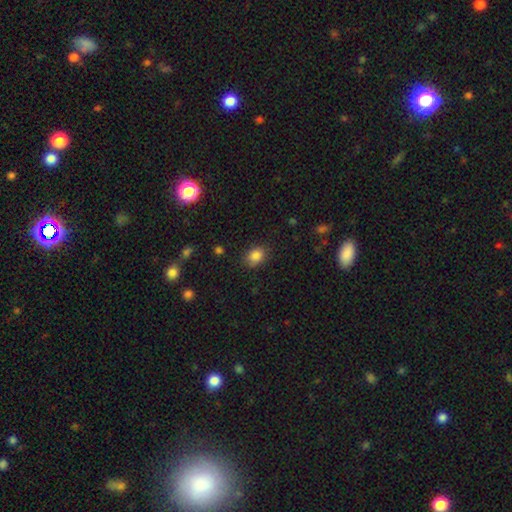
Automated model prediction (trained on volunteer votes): Smooth or featured?
  - smooth: 84% *
  - star or artifact: 10%
  - featured or disk: 6%
How rounded?
  - in between: 63% *
  - round: 36%
  - cigar-shaped: 1%
Merging?
  - none: 82% *
  - minor disturbance: 13%
  - major disturbance: 3%
  - merger: 1%